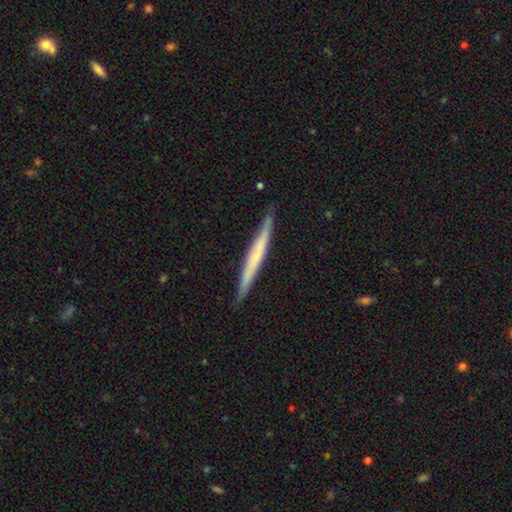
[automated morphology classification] This is possibly a featured or disk galaxy (52%). It is clearly viewed edge-on (96%). Merging: clearly none (87%).